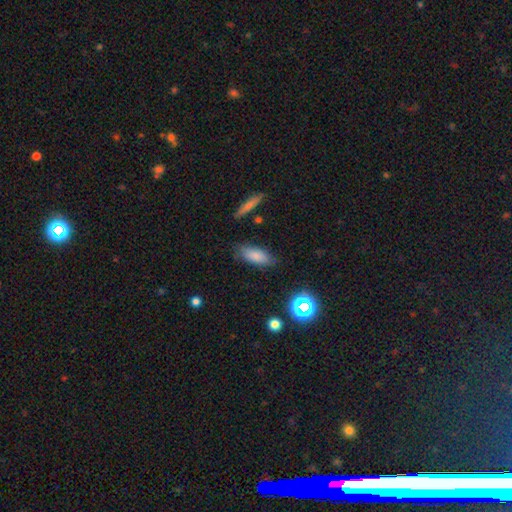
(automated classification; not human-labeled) smooth 81%, star or artifact 10%, featured or disk 9%. Down the decision tree: how rounded — in between (78%); merging — none (79%).